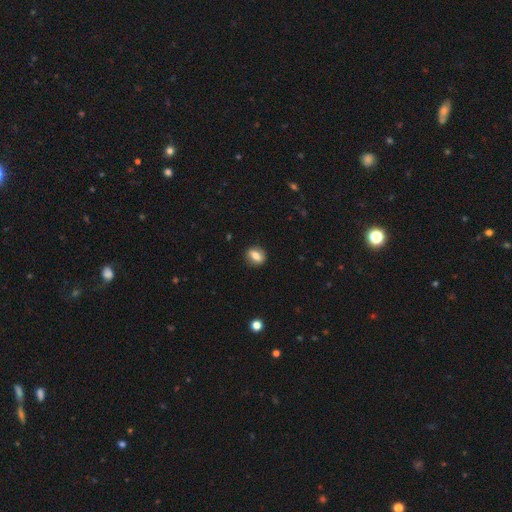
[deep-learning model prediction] The model was most divided on "how rounded": in between: 55%, round: 42%, cigar-shaped: 3%. More confident: merging — none (85%); smooth or featured — smooth (68%).